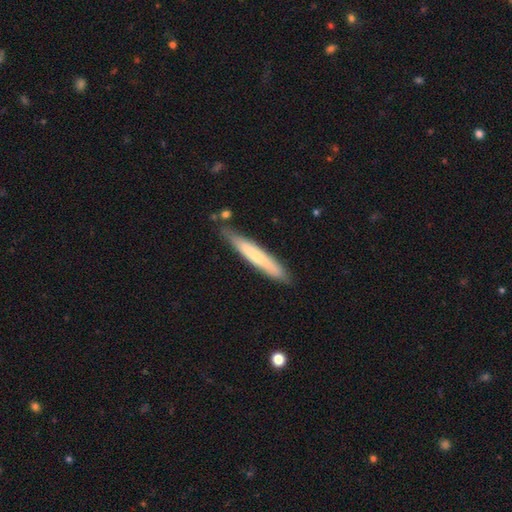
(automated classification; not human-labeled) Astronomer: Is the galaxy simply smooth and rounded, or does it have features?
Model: smooth — 56% (runner-up: featured or disk, 39%).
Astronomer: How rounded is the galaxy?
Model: cigar-shaped — 94%.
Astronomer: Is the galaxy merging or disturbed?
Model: none — 82%.